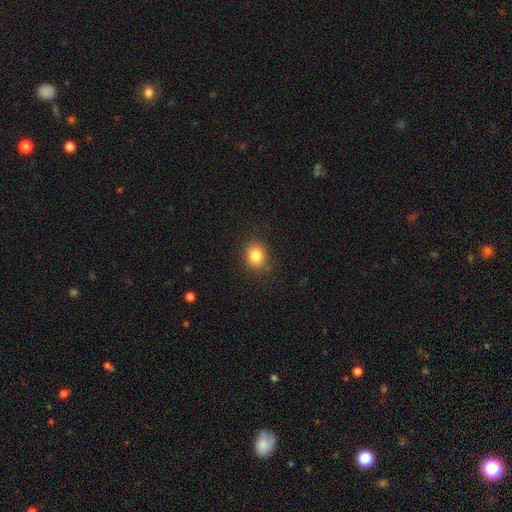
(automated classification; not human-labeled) This appears to be a smooth galaxy with no disk features (83%) that is round (70%). Merging: none (84%).